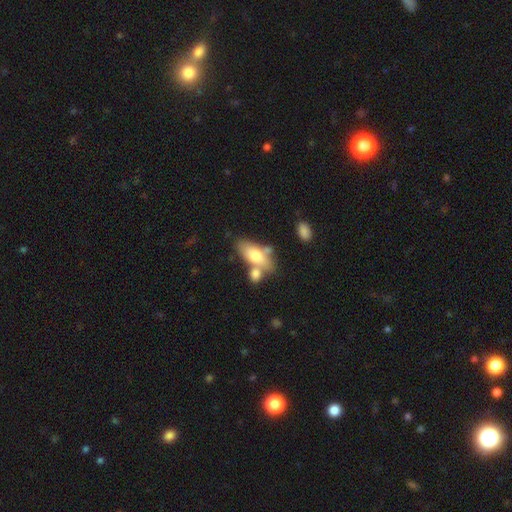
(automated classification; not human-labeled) Smooth or featured: smooth — 66% (featured or disk — 28%)
How rounded: in between — 81% (cigar-shaped — 15%)
Merging: none — 45% (merger — 35%)